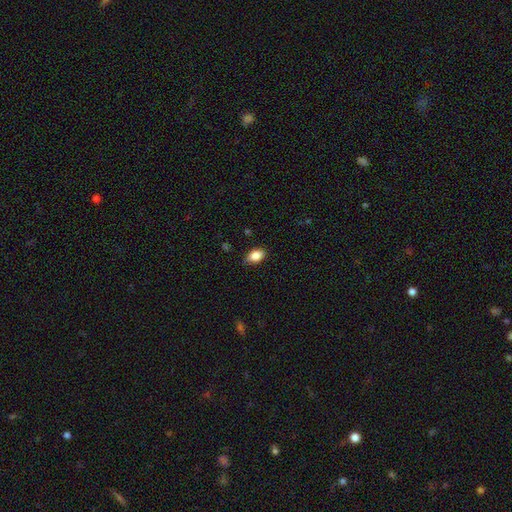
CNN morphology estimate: This is clearly a smooth galaxy (85%). How rounded: clearly in between (87%). Merging: likely none (78%).